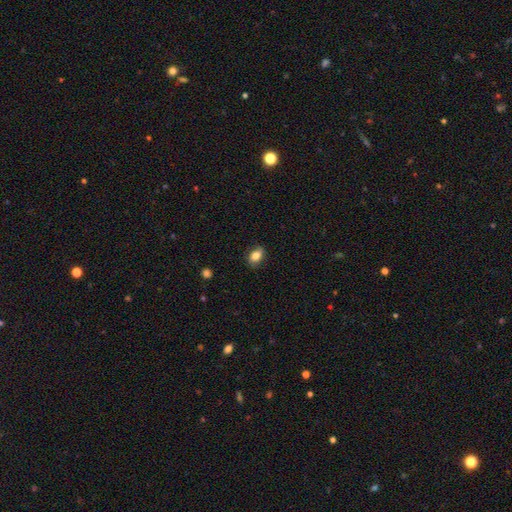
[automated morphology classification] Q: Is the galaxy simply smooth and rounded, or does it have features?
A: smooth — 82%.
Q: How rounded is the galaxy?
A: in between — 79%.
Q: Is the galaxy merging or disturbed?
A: none — 81%.